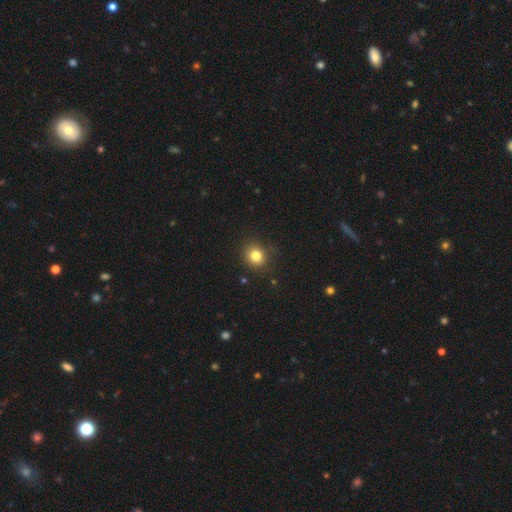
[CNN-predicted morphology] smooth-or-featured: smooth: 81% | star or artifact: 13% | featured or disk: 6%
  how-rounded: round: 85% | in between: 14% | cigar-shaped: 1%
  merging: none: 87% | minor disturbance: 9% | major disturbance: 3% | merger: 1%